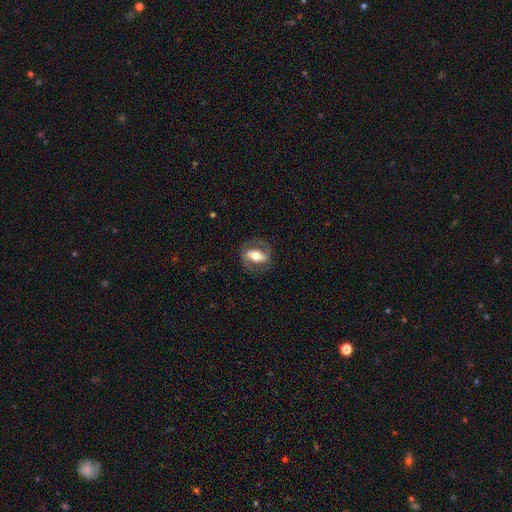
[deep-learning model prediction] Smooth or featured? Predicted: featured or disk (p=0.63). Edge-on disk? Predicted: no (p=0.89). Bar? Predicted: strong (p=0.52). Spiral arms? Predicted: yes (p=0.68). Bulge size? Predicted: moderate (p=0.63). Merging? Predicted: none (p=0.76).